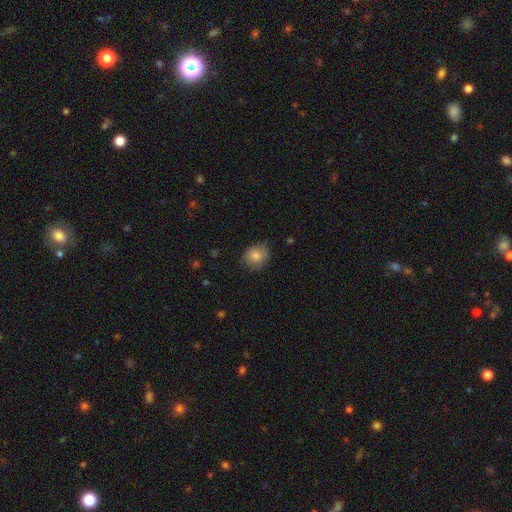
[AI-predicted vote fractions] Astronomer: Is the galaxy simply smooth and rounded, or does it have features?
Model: smooth — 81%.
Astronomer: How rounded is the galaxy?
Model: round — 70%.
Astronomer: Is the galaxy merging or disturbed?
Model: none — 72%.